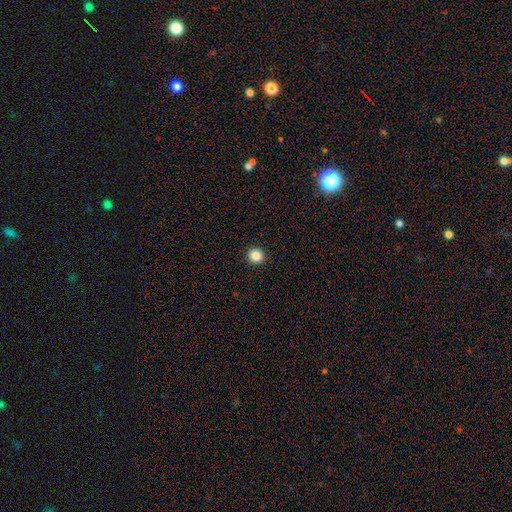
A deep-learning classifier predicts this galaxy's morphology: type=smooth (86%); roundness=round (93%); merging=none (94%).